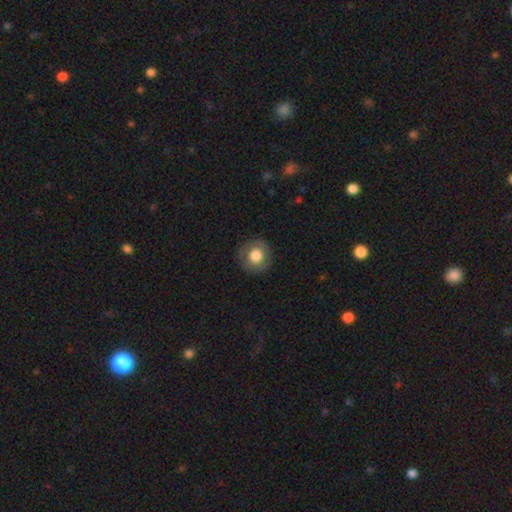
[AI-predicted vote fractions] Smooth or featured? Predicted: smooth (p=0.74). How rounded? Predicted: round (p=0.91). Merging? Predicted: none (p=0.88).